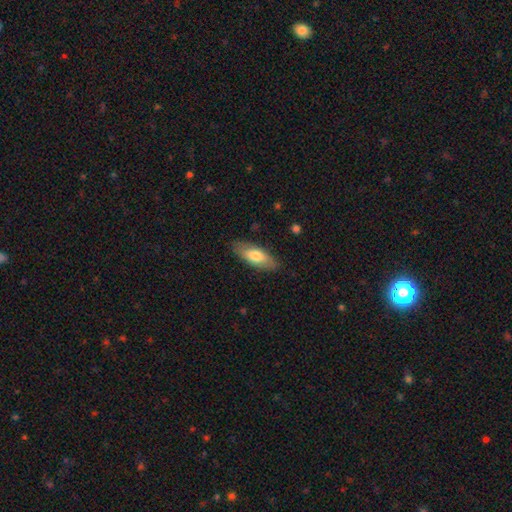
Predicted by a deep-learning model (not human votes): The model was most divided on "how rounded": in between: 73%, cigar-shaped: 25%, round: 2%. More confident: merging — none (84%); smooth or featured — smooth (71%).